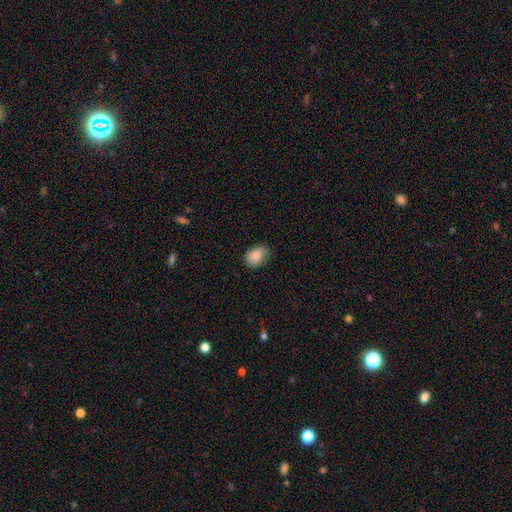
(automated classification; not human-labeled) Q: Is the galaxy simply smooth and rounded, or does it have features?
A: smooth — 84%.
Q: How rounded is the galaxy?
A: in between — 71%.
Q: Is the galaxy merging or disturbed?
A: none — 70%.